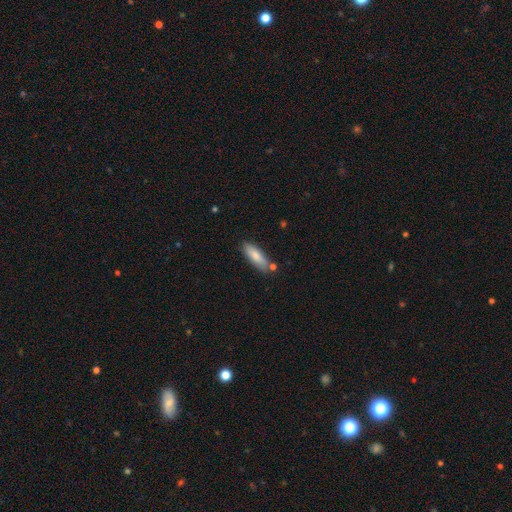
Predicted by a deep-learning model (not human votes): Smooth or featured? Predicted: smooth (p=0.80). How rounded? Predicted: in between (p=0.52). Merging? Predicted: none (p=0.77).